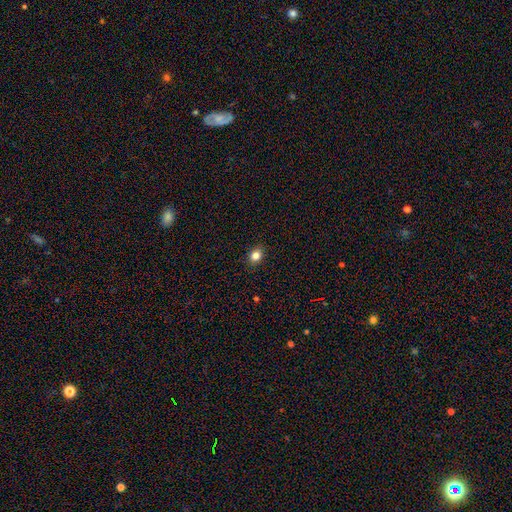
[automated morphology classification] Smooth or featured?
  - smooth: 84% *
  - star or artifact: 11%
  - featured or disk: 5%
How rounded?
  - in between: 53% *
  - round: 46%
  - cigar-shaped: 1%
Merging?
  - none: 90% *
  - minor disturbance: 8%
  - major disturbance: 2%
  - merger: 1%